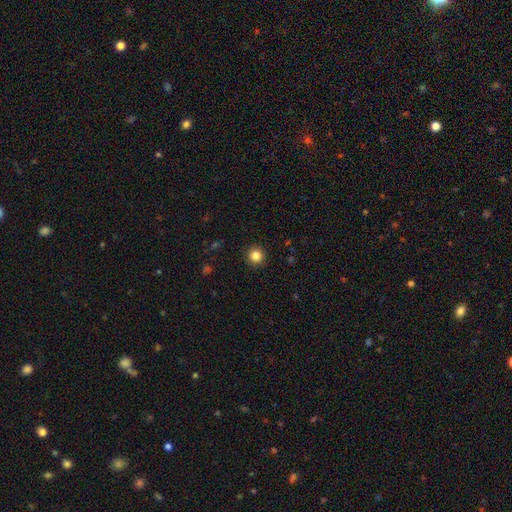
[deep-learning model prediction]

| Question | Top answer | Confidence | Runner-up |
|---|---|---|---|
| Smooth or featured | smooth | 84% | star or artifact (12%) |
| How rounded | round | 95% | in between (4%) |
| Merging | none | 93% | minor disturbance (4%) |